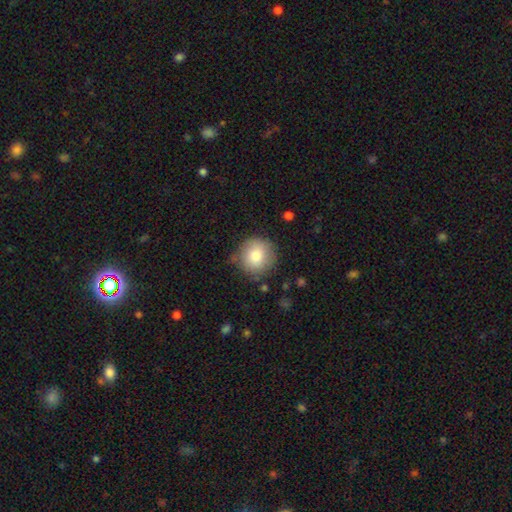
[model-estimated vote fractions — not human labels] Smooth or featured? smooth (82%)
How rounded? round (93%)
Merging? none (79%)